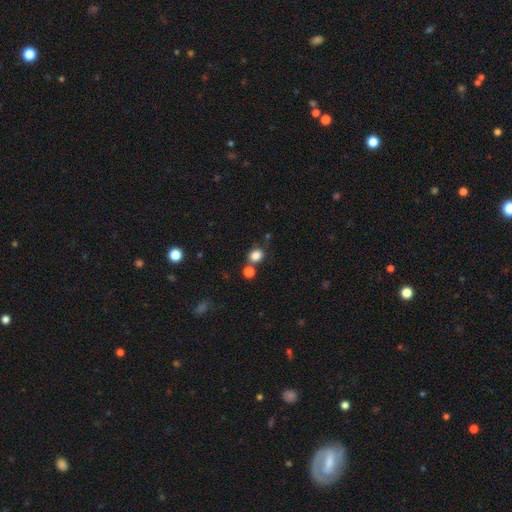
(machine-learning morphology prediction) Overall: smooth (83%). How rounded: round (69%; in between 30%). Merging: none (67%).